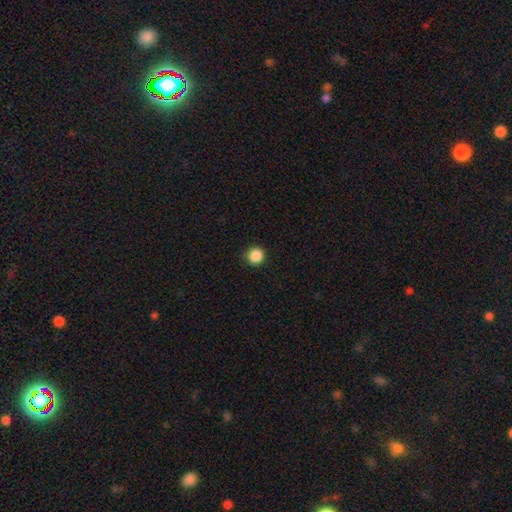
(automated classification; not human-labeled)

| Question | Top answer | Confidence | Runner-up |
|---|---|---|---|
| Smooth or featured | smooth | 88% | star or artifact (10%) |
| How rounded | round | 91% | in between (8%) |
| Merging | none | 90% | minor disturbance (7%) |